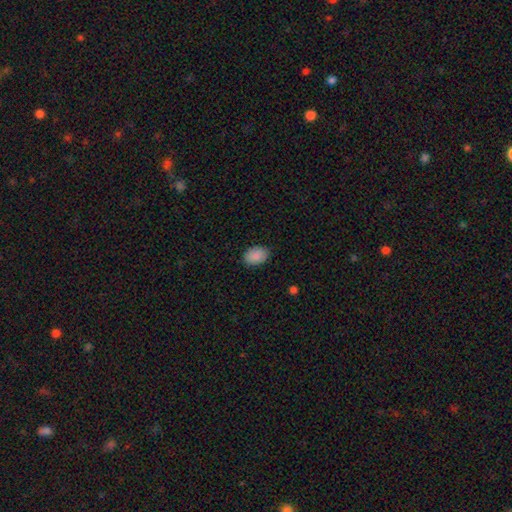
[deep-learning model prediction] Smooth or featured? smooth (90%)
How rounded? in between (86%)
Merging? none (87%)